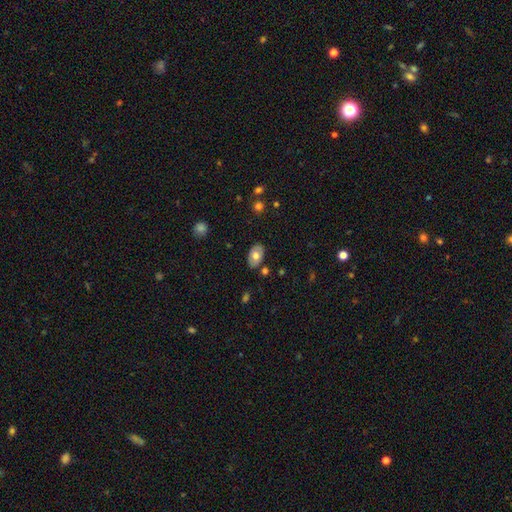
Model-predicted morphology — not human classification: This is likely a smooth galaxy (64%). How rounded: clearly in between (91%). Merging: clearly none (83%).